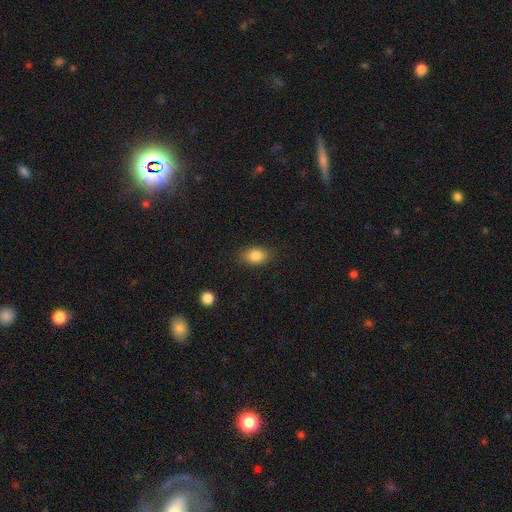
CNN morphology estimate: A smooth galaxy with no disk features (84%) that is in between round and cigar-shaped (83%). Merging: none (85%).